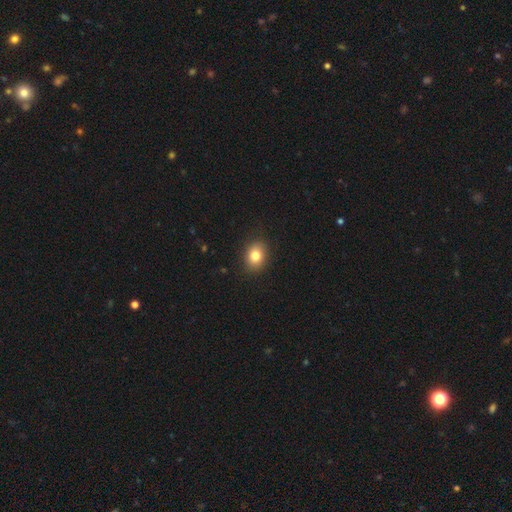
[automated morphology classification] smooth-or-featured: smooth: 81% | star or artifact: 10% | featured or disk: 9%
  how-rounded: in between: 53% | round: 46% | cigar-shaped: 1%
  merging: none: 88% | minor disturbance: 8% | major disturbance: 2% | merger: 1%